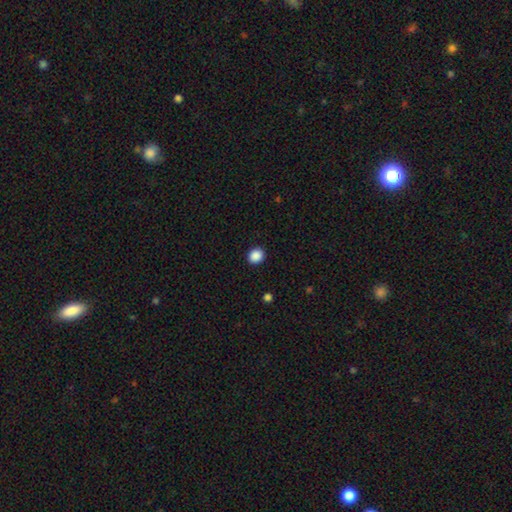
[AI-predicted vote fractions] Morphology: type=smooth (89%); roundness=round (78%); merging=none (92%).